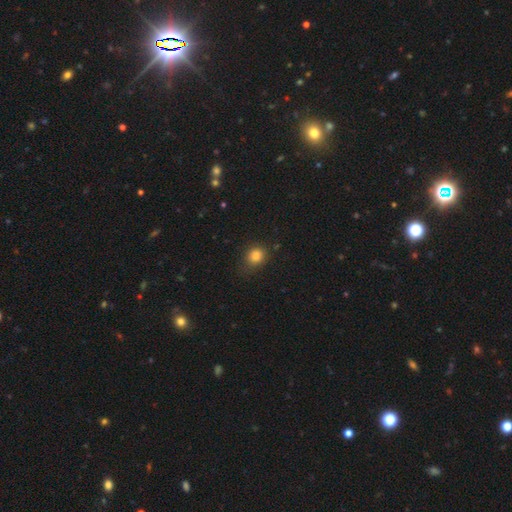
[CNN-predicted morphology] This is clearly a smooth galaxy (84%). How rounded: likely round (64%). Merging: likely none (71%).